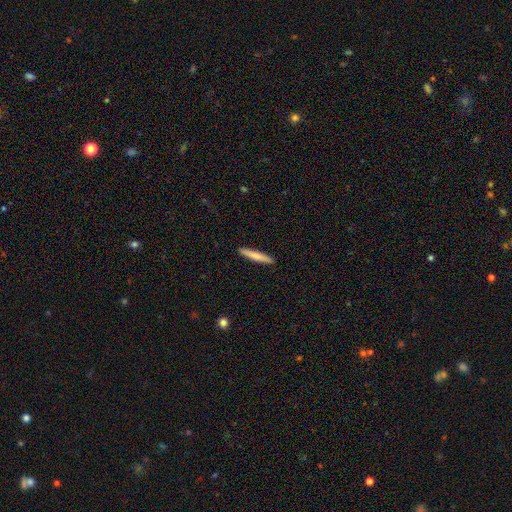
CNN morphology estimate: Smooth or featured: smooth — 74% (featured or disk — 21%)
How rounded: cigar-shaped — 94% (in between — 4%)
Merging: none — 92% (minor disturbance — 6%)